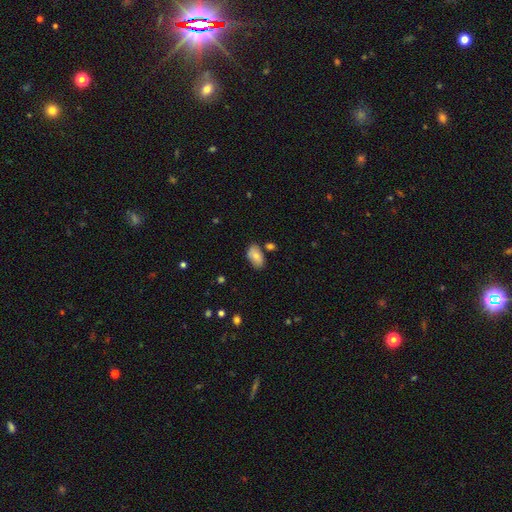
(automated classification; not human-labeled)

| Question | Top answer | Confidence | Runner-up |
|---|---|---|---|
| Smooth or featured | smooth | 75% | featured or disk (17%) |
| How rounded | in between | 92% | round (6%) |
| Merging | none | 69% | minor disturbance (19%) |